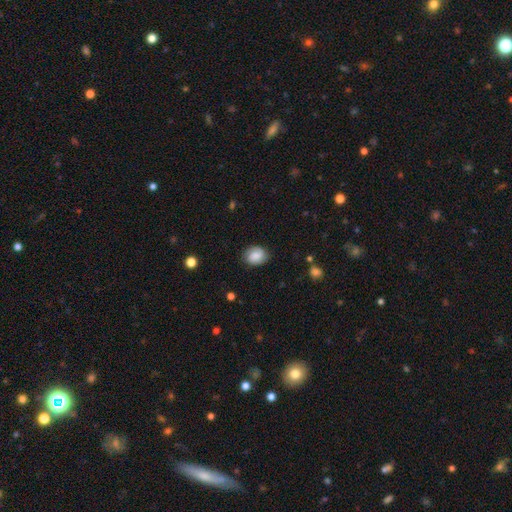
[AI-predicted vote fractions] smooth_or_featured: smooth (p=0.76) [alt: featured or disk p=0.16]
how_rounded: in between (p=0.53) [alt: round p=0.46]
merging: none (p=0.83) [alt: minor disturbance p=0.13]